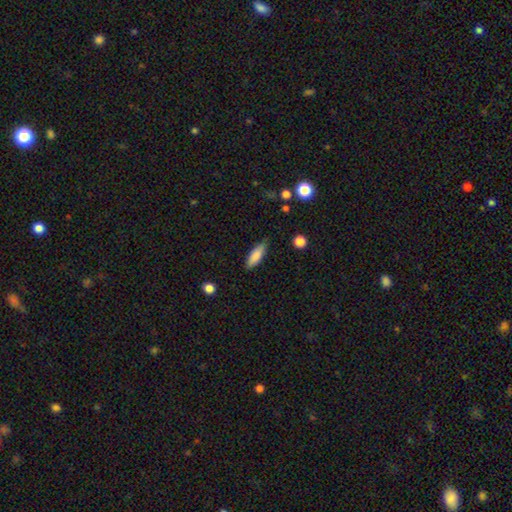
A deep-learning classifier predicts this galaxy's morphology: A smooth galaxy with no disk features (83%) that is in between round and cigar-shaped (53%).

Vote fractions:
- Smooth or featured? smooth: 83% / featured or disk: 11% / star or artifact: 6%
- How rounded? in between: 53% / cigar-shaped: 45% / round: 2%
- Merging? none: 81% / minor disturbance: 15% / major disturbance: 3% / merger: 1%